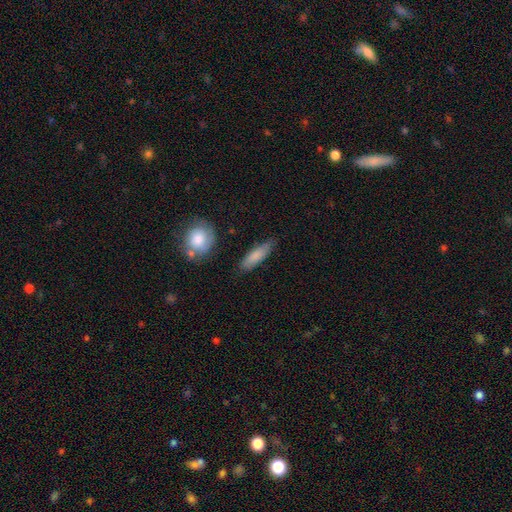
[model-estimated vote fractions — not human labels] Smooth or featured: smooth — 79% (featured or disk — 15%)
How rounded: cigar-shaped — 58% (in between — 40%)
Merging: none — 75% (minor disturbance — 18%)